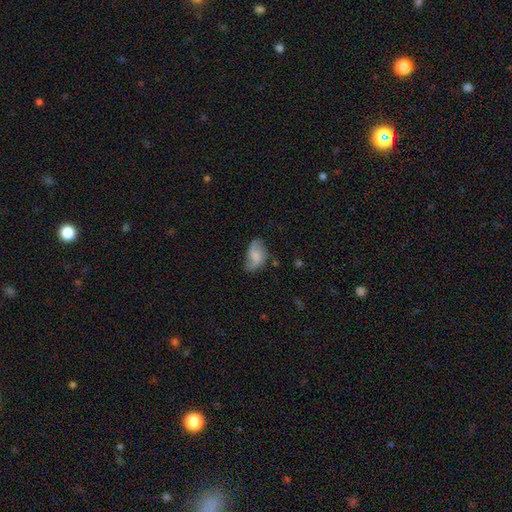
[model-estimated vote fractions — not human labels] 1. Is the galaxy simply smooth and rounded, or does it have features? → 49% smooth, 42% featured or disk, 9% star or artifact.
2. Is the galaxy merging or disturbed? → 56% none, 29% minor disturbance, 12% major disturbance, 3% merger.